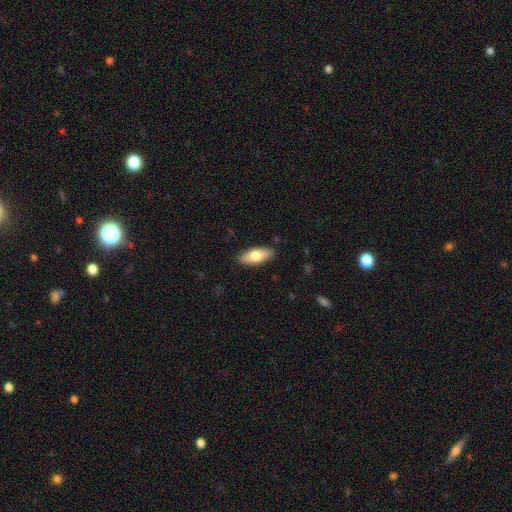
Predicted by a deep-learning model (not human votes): Overall: smooth (74%). How rounded: in between (76%). Merging: none (88%).